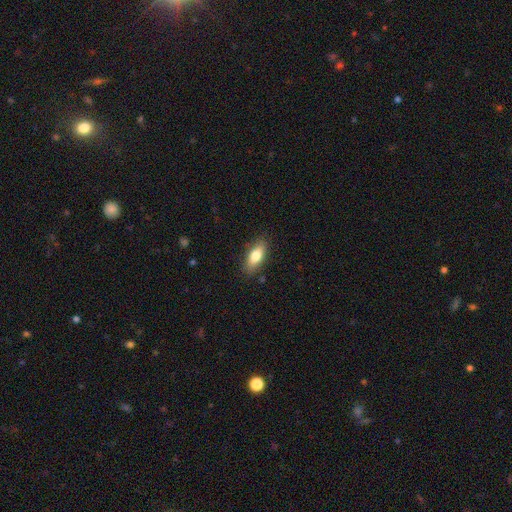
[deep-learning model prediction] Overall: smooth (74%). How rounded: in between (74%). Merging: none (85%).